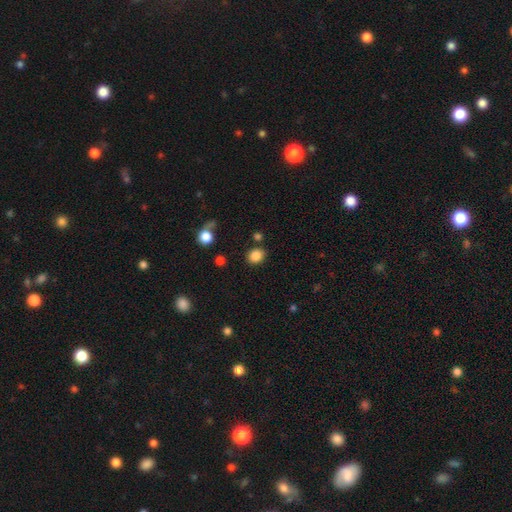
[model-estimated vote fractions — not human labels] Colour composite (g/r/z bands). It shows a smooth galaxy with no disk features (86%) that is round (62%). Merging: none (82%).